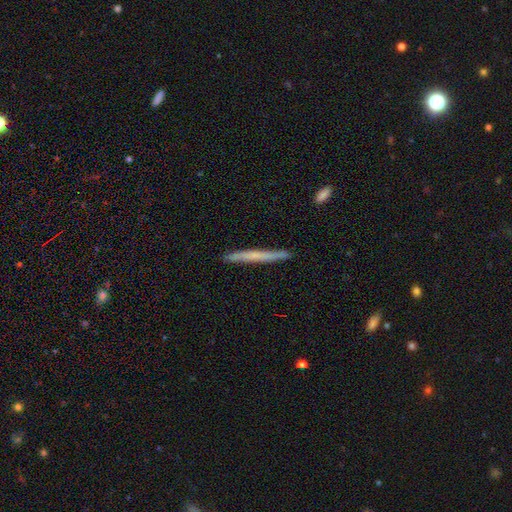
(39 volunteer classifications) featured or disk 59%, smooth 38%, star or artifact 3%. Down the decision tree: edge-on disk — yes (96%); edge-on bulge — none (73%); merging — none (89%).